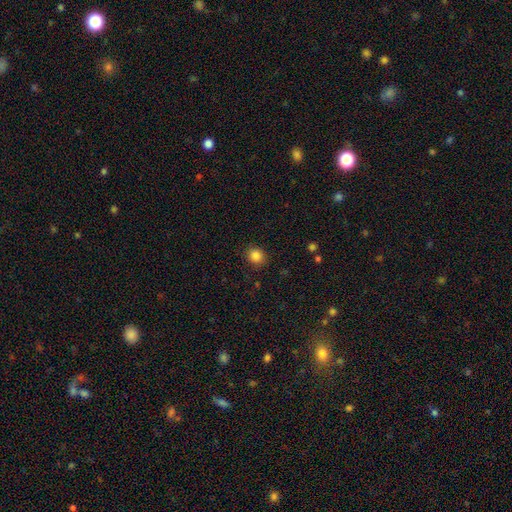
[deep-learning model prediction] Smooth or featured: smooth — 85% (star or artifact — 11%)
How rounded: round — 83% (in between — 17%)
Merging: none — 88% (minor disturbance — 8%)